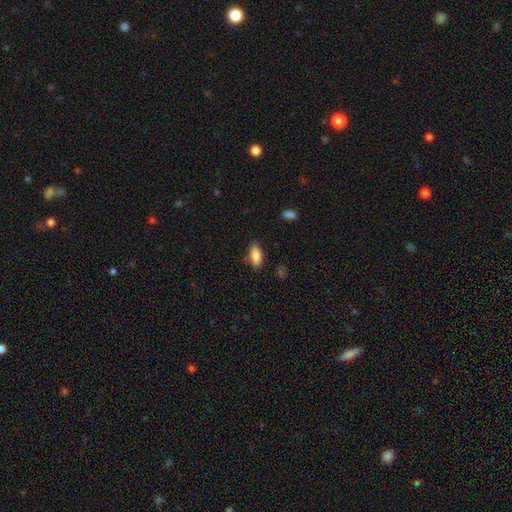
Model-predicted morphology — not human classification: smooth 87%, star or artifact 7%, featured or disk 6%. Down the decision tree: how rounded — in between (85%); merging — none (82%).